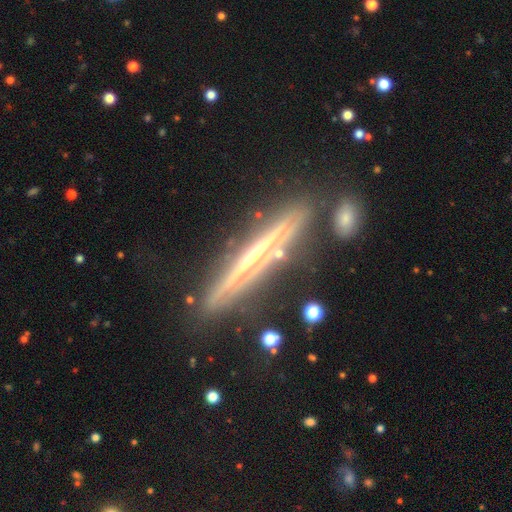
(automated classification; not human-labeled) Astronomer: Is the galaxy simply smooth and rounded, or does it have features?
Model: featured or disk — 82%.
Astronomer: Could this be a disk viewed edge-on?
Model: yes — 96%.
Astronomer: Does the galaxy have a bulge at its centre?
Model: rounded — 48% (runner-up: none, 43%).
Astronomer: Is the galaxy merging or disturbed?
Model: none — 81%.